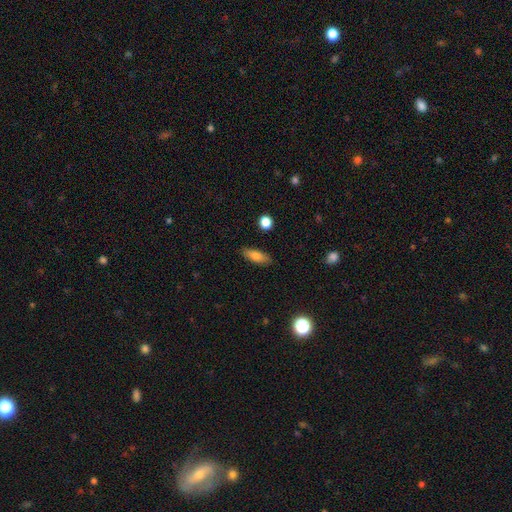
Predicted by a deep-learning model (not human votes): Smooth or featured?
  - smooth: 76% *
  - featured or disk: 16%
  - star or artifact: 8%
How rounded?
  - in between: 66% *
  - cigar-shaped: 30%
  - round: 4%
Merging?
  - none: 86% *
  - minor disturbance: 10%
  - major disturbance: 2%
  - merger: 1%